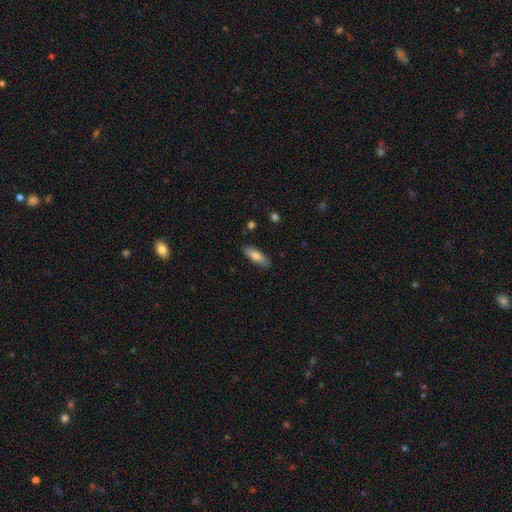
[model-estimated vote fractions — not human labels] Overall: smooth (77%). How rounded: in between (53%; cigar-shaped 45%). Merging: none (85%).